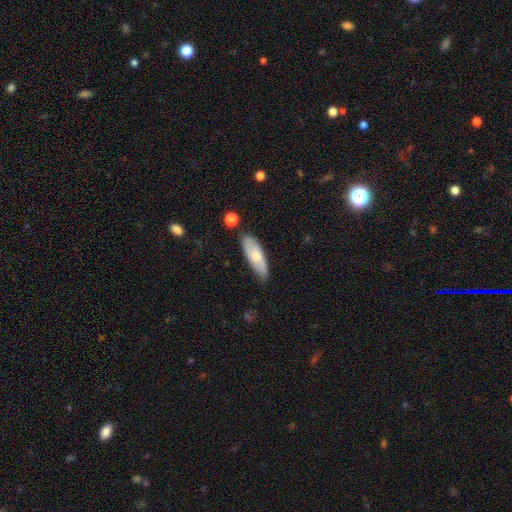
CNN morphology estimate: A smooth galaxy with no disk features (65%) that is in between round and cigar-shaped (59%). Merging: none (75%).